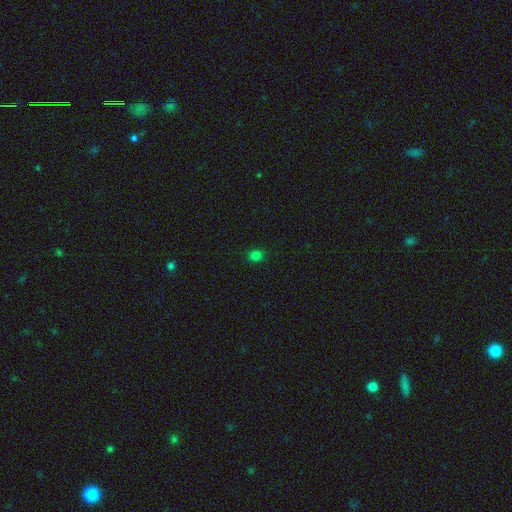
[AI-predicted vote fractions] smooth-or-featured: smooth: 79% | star or artifact: 17% | featured or disk: 4%
  how-rounded: round: 68% | in between: 31% | cigar-shaped: 1%
  merging: none: 89% | minor disturbance: 8% | major disturbance: 2% | merger: 1%